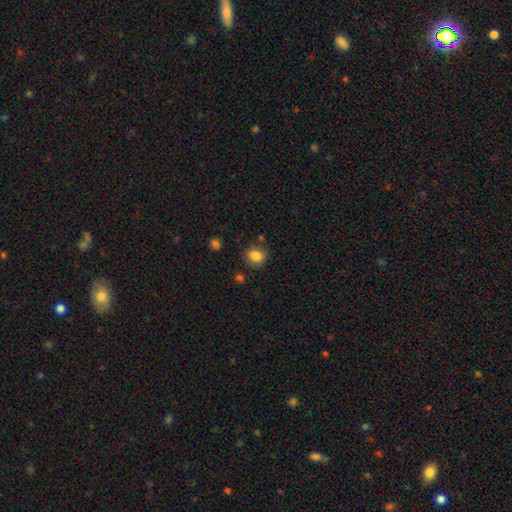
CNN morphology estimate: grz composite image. It shows a smooth galaxy with no disk features (84%) that is round (66%). Merging: none (82%).